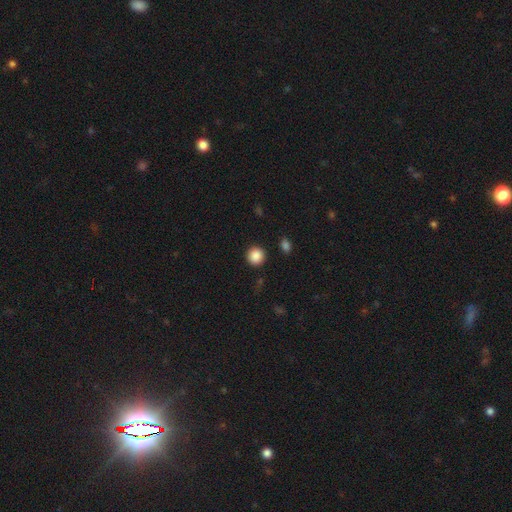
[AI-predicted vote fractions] Smooth or featured? Predicted: smooth (p=0.87). How rounded? Predicted: round (p=0.94). Merging? Predicted: none (p=0.91).